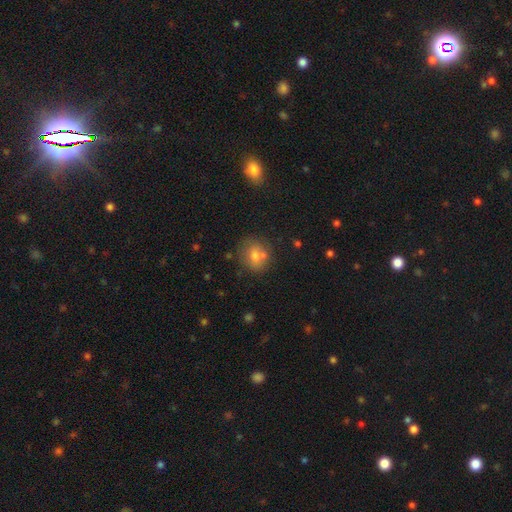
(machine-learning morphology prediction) type=smooth (71%); roundness=round (70%); merging=none (64%).